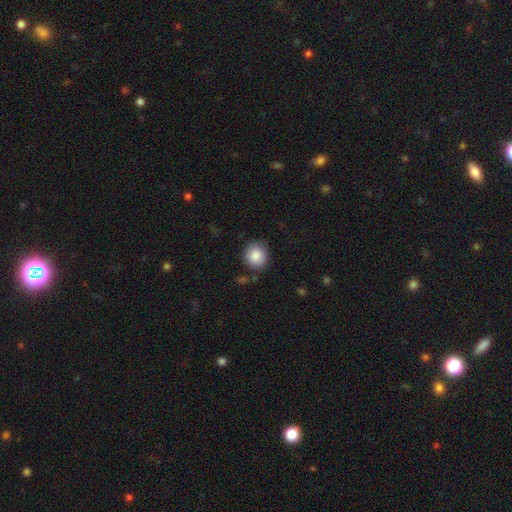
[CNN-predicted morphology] This is clearly a smooth galaxy (87%). How rounded: clearly round (85%). Merging: clearly none (83%).